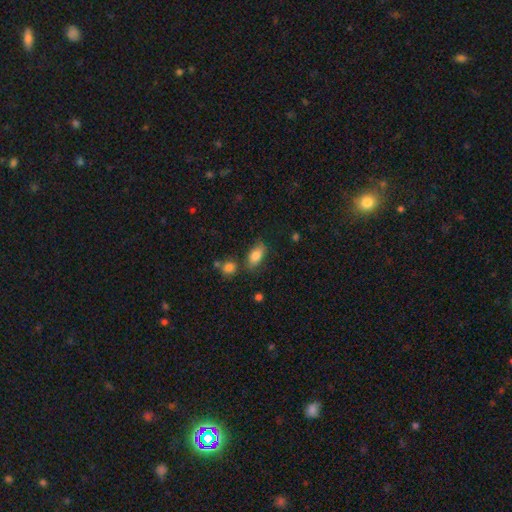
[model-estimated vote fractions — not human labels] Smooth or featured?
  - smooth: 82% *
  - featured or disk: 10%
  - star or artifact: 8%
How rounded?
  - in between: 87% *
  - cigar-shaped: 7%
  - round: 6%
Merging?
  - none: 72% *
  - minor disturbance: 16%
  - merger: 7%
  - major disturbance: 4%